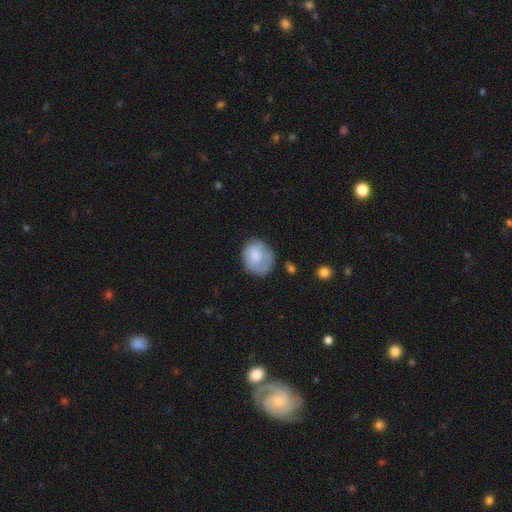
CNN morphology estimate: Q: Smooth or featured?
A: smooth (76%); runner-up: featured or disk (17%)
Q: How rounded?
A: round (59%); runner-up: in between (40%)
Q: Merging?
A: none (56%); runner-up: minor disturbance (29%)